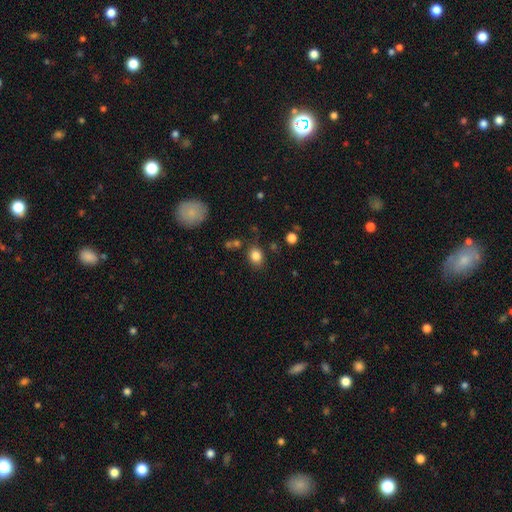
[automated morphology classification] Q: Smooth or featured?
A: smooth (84%); runner-up: star or artifact (11%)
Q: How rounded?
A: round (54%); runner-up: in between (45%)
Q: Merging?
A: none (78%); runner-up: minor disturbance (13%)